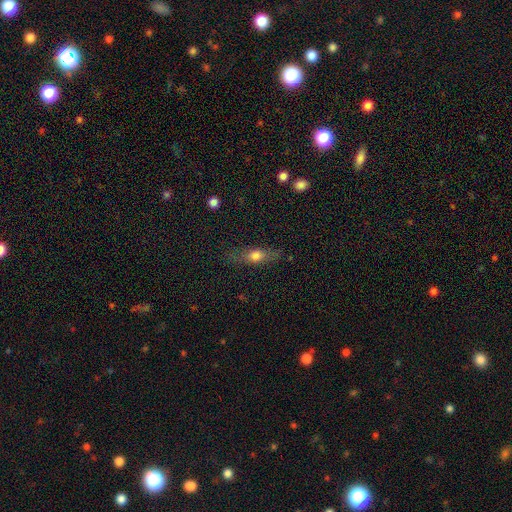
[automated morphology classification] smooth-or-featured: smooth: 58% | featured or disk: 33% | star or artifact: 9%
  how-rounded: cigar-shaped: 48% | in between: 44% | round: 7%
  merging: none: 77% | minor disturbance: 16% | major disturbance: 6% | merger: 2%